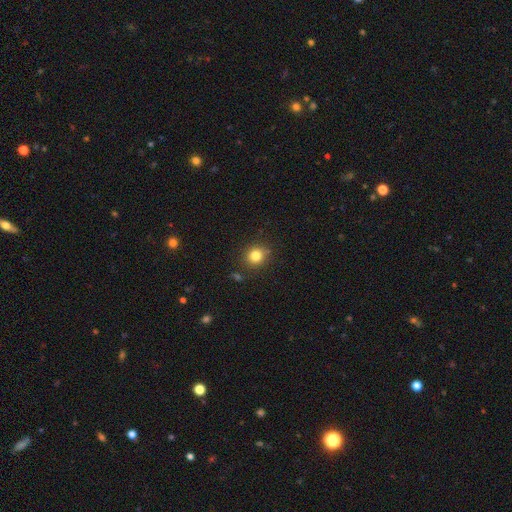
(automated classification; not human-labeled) The model was most divided on "how rounded": round: 83%, in between: 16%, cigar-shaped: 1%. More confident: smooth or featured — smooth (82%); merging — none (82%).